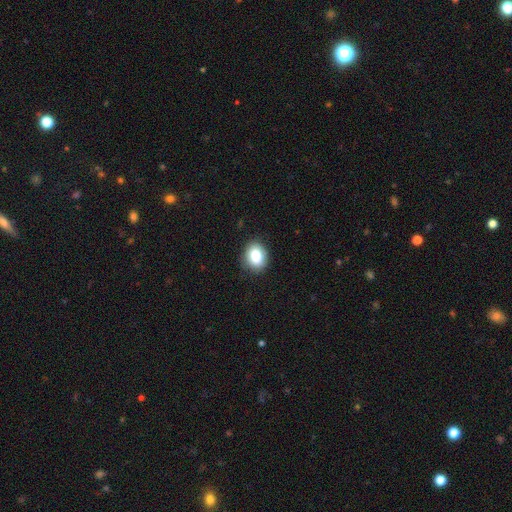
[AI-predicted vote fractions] smooth-or-featured: smooth: 84% | star or artifact: 9% | featured or disk: 7%
  how-rounded: in between: 54% | round: 44% | cigar-shaped: 1%
  merging: none: 86% | minor disturbance: 10% | major disturbance: 2% | merger: 1%